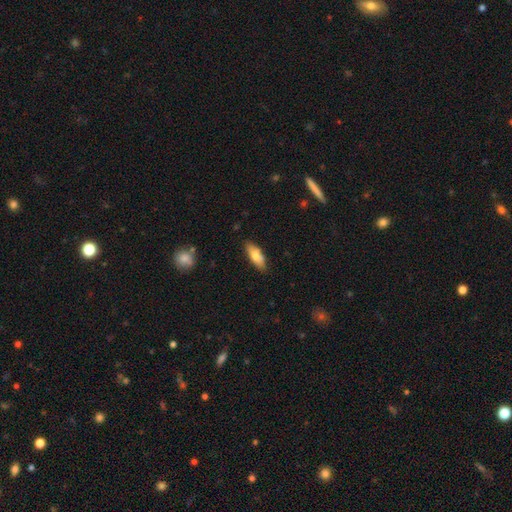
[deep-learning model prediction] smooth 74%, featured or disk 20%, star or artifact 6%. Down the decision tree: how rounded — in between (68%); merging — none (81%).